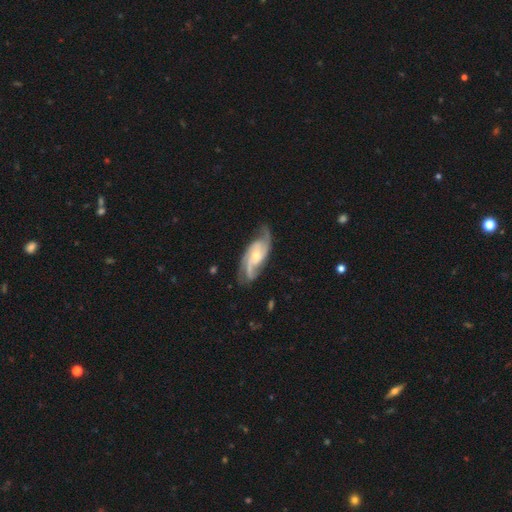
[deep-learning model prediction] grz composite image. It shows a featured or disk galaxy (88%) with no bar (64%), 2 (46%) medium (49%) spiral arms (97%) and a small central bulge (58%). Merging: none (69%).